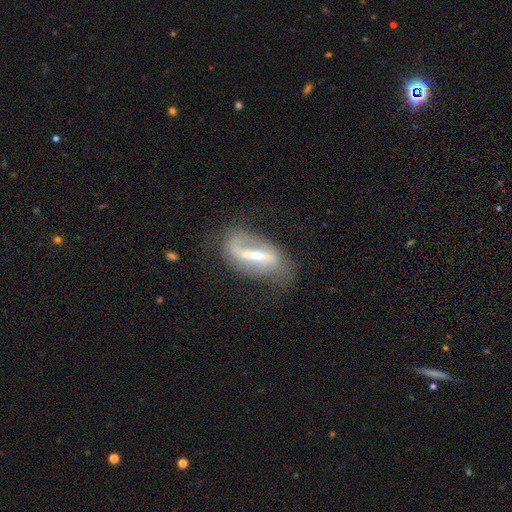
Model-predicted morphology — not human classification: Smooth or featured: featured or disk — 82% (smooth — 12%)
Edge-on disk: no — 89% (yes — 11%)
Bar: strong — 65% (weak — 26%)
Spiral arms: yes — 84% (no — 16%)
Spiral winding: loose — 62% (medium — 28%)
Spiral arm count: 2 — 73% (1 — 18%)
Bulge size: moderate — 50% (small — 41%)
Merging: none — 62% (minor disturbance — 21%)